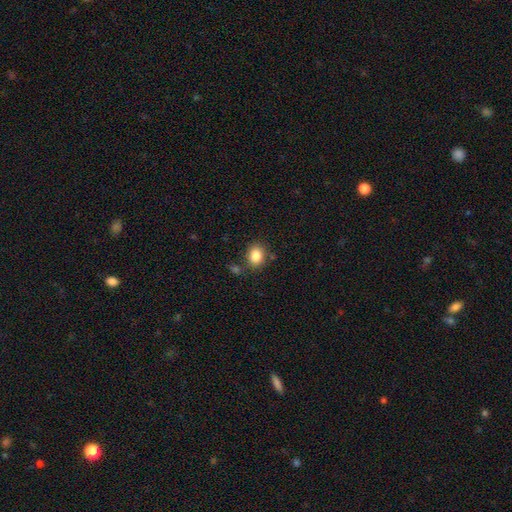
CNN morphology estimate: smooth_or_featured: smooth (p=0.86) [alt: star or artifact p=0.09]
how_rounded: in between (p=0.50) [alt: round p=0.49]
merging: none (p=0.78) [alt: minor disturbance p=0.12]